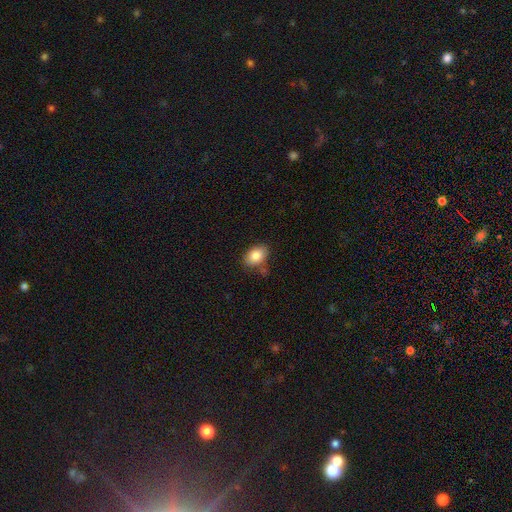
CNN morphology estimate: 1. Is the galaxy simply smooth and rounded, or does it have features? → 85% smooth, 8% star or artifact, 7% featured or disk.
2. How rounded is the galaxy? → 82% in between, 17% round, 1% cigar-shaped.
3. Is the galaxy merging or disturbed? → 74% none, 16% minor disturbance, 6% merger, 4% major disturbance.